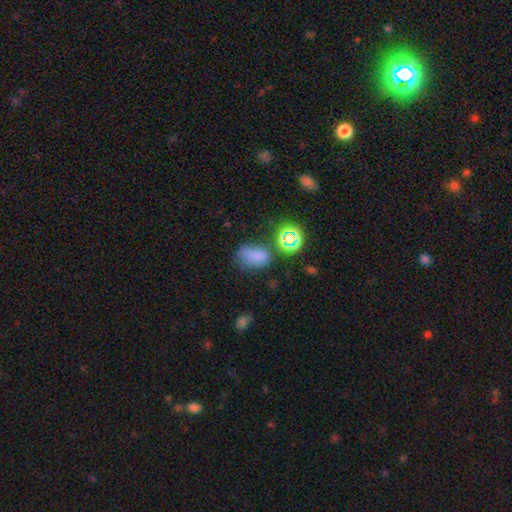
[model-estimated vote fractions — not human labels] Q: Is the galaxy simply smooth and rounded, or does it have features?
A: smooth — 69%.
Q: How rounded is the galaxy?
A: in between — 79%.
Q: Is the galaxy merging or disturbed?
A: none — 52%.